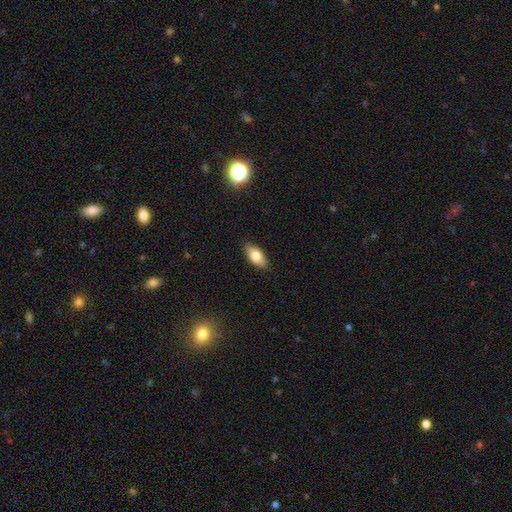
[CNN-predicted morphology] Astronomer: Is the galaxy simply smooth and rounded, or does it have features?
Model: smooth — 79%.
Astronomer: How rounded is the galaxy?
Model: in between — 88%.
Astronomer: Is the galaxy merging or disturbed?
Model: none — 87%.